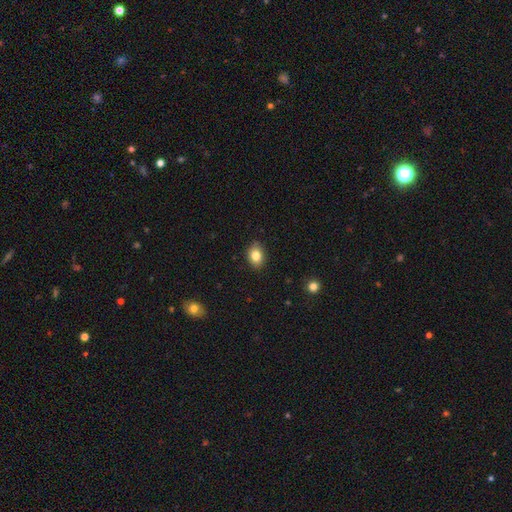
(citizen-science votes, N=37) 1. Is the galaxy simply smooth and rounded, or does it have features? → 86% smooth, 8% star or artifact, 5% featured or disk.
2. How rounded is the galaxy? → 84% in between, 12% round, 3% cigar-shaped.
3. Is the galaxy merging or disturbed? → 76% none, 24% minor disturbance, 0% major disturbance, 0% merger.